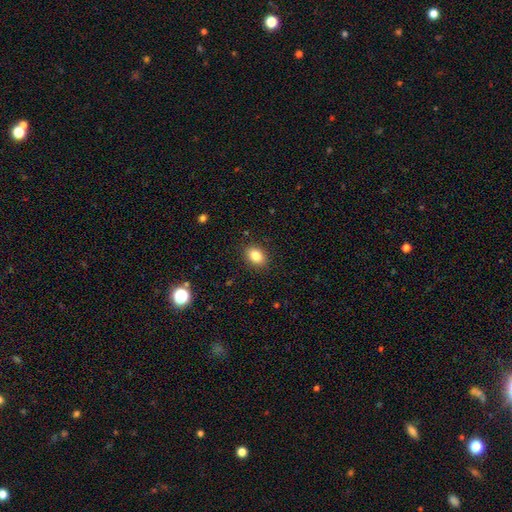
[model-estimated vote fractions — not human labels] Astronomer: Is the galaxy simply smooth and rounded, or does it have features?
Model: smooth — 85%.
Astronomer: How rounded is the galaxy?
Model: in between — 75%.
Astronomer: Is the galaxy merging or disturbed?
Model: none — 88%.